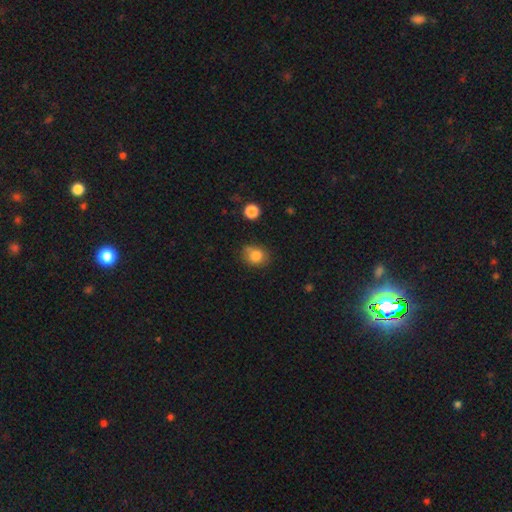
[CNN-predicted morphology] smooth 80%, star or artifact 11%, featured or disk 9%. Down the decision tree: how rounded — round (62%); merging — none (64%).